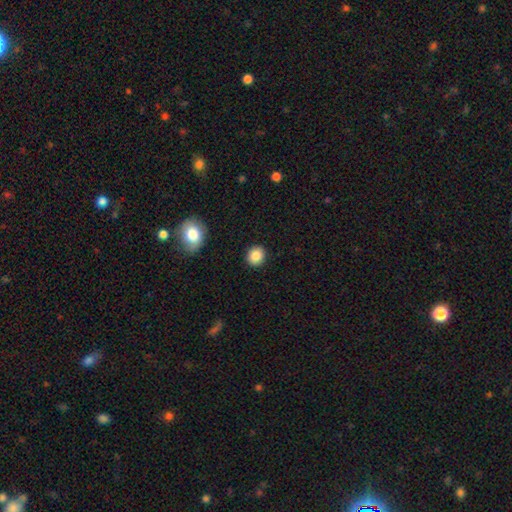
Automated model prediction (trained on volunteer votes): Smooth or featured: smooth — 86% (star or artifact — 9%)
How rounded: round — 82% (in between — 17%)
Merging: none — 91% (minor disturbance — 6%)